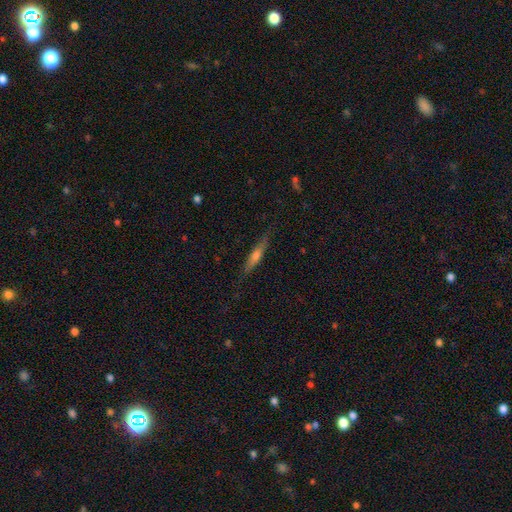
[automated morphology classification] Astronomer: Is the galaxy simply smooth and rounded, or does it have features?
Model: featured or disk — 54% (runner-up: smooth, 39%).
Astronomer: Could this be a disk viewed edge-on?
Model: yes — 95%.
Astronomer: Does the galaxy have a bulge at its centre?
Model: rounded — 72%.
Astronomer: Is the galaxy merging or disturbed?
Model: none — 83%.